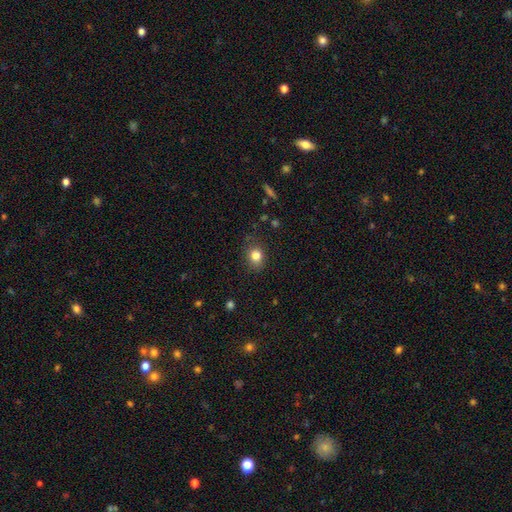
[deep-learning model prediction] smooth_or_featured: smooth (p=0.83) [alt: star or artifact p=0.11]
how_rounded: round (p=0.60) [alt: in between p=0.39]
merging: none (p=0.78) [alt: minor disturbance p=0.16]